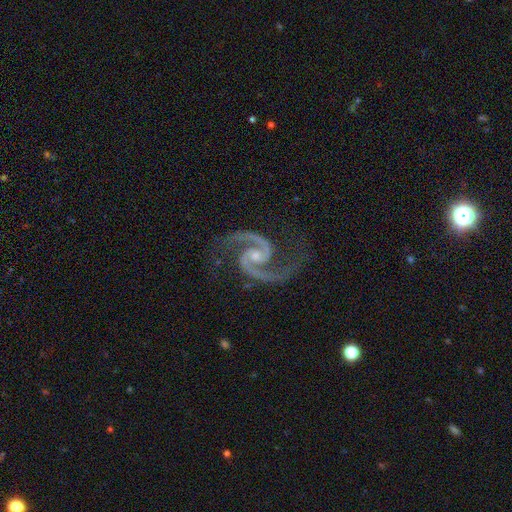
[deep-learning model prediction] Q: Smooth or featured?
A: featured or disk (95%); runner-up: star or artifact (4%)
Q: Edge-on disk?
A: no (98%); runner-up: yes (2%)
Q: Bar?
A: no (57%); runner-up: weak (33%)
Q: Spiral arms?
A: yes (99%); runner-up: no (1%)
Q: Spiral winding?
A: medium (68%); runner-up: tight (20%)
Q: Spiral arm count?
A: 2 (95%); runner-up: 3 (1%)
Q: Bulge size?
A: small (53%); runner-up: moderate (40%)
Q: Merging?
A: none (78%); runner-up: minor disturbance (15%)